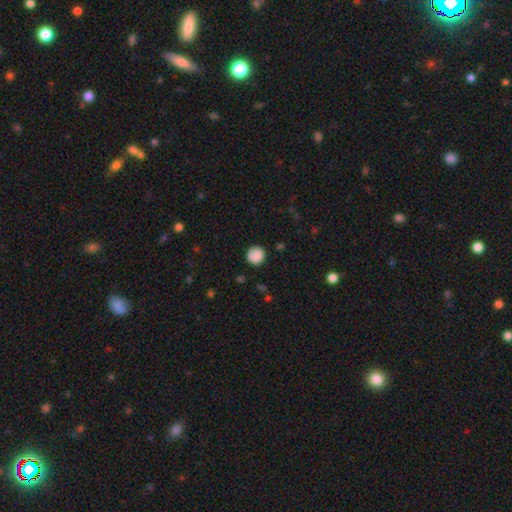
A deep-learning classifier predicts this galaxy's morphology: A smooth galaxy with no disk features (85%) that is round (91%). Merging: none (81%).